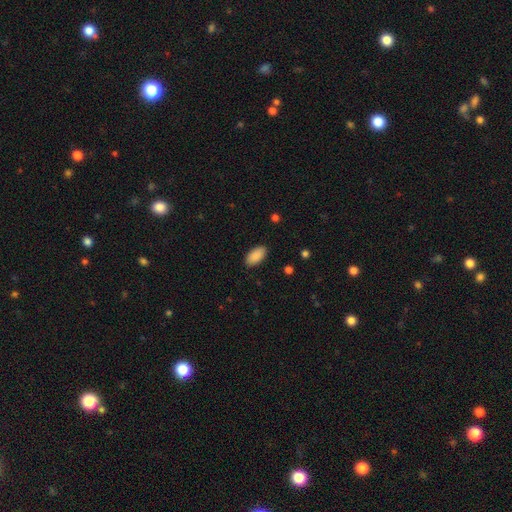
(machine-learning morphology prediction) The model was most divided on "merging": none: 89%, minor disturbance: 8%, major disturbance: 2%, merger: 1%. More confident: how rounded — in between (95%); smooth or featured — smooth (90%).